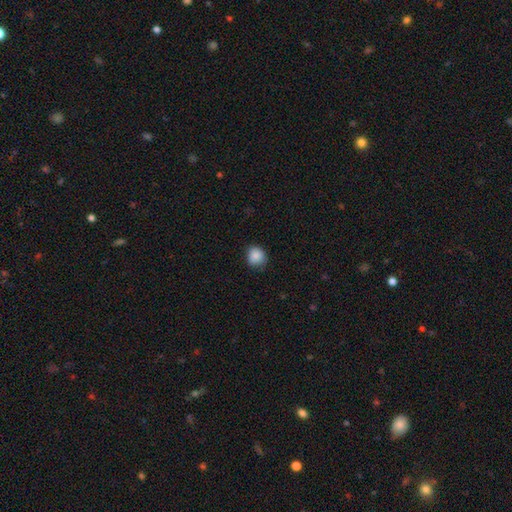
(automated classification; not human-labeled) This appears to be a smooth galaxy with no disk features (87%) that is round (80%). Merging: none (76%).